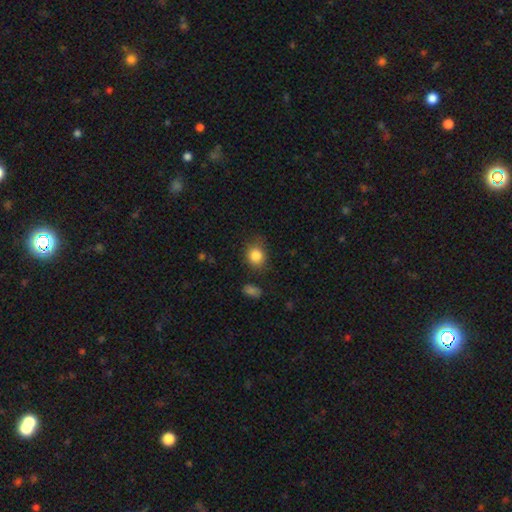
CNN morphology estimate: Smooth or featured? smooth (85%)
How rounded? round (71%)
Merging? none (74%)